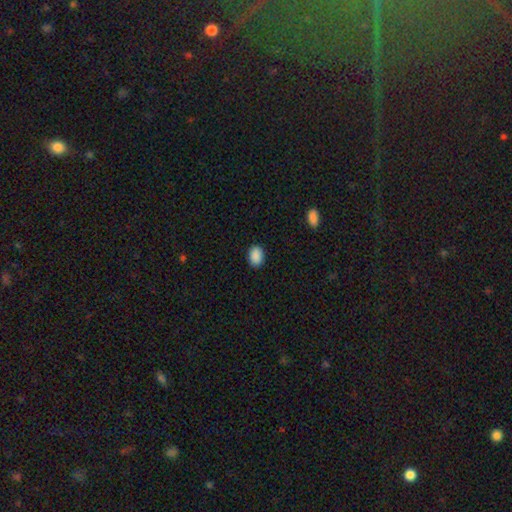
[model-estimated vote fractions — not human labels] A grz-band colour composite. It shows a smooth galaxy with no disk features (90%) that is in between round and cigar-shaped (77%). Merging: none (89%).